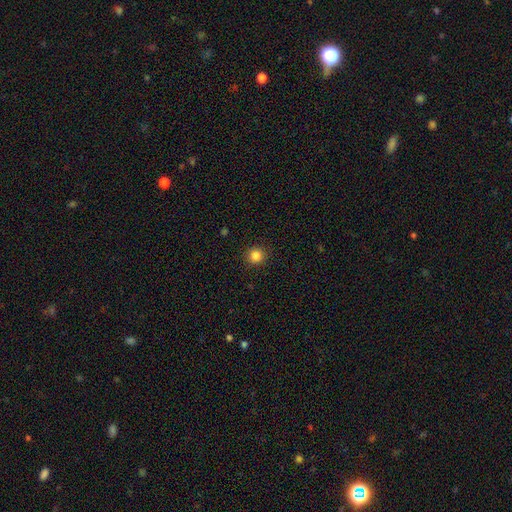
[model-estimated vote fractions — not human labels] smooth_or_featured: smooth (p=0.85) [alt: star or artifact p=0.12]
how_rounded: round (p=0.93) [alt: in between p=0.06]
merging: none (p=0.92) [alt: minor disturbance p=0.05]